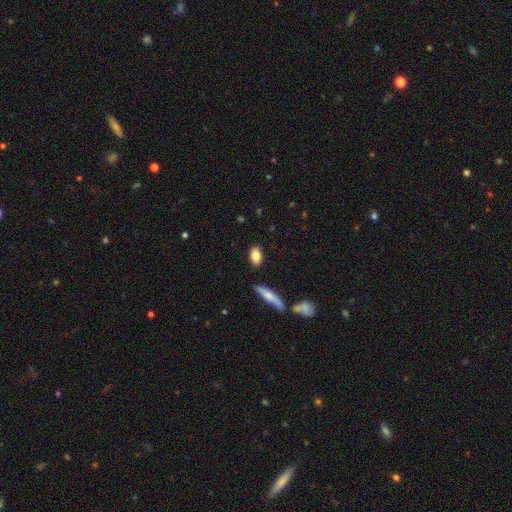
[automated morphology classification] smooth-or-featured: smooth: 84% | featured or disk: 9% | star or artifact: 7%
  how-rounded: in between: 88% | round: 7% | cigar-shaped: 6%
  merging: none: 86% | minor disturbance: 9% | merger: 3% | major disturbance: 2%